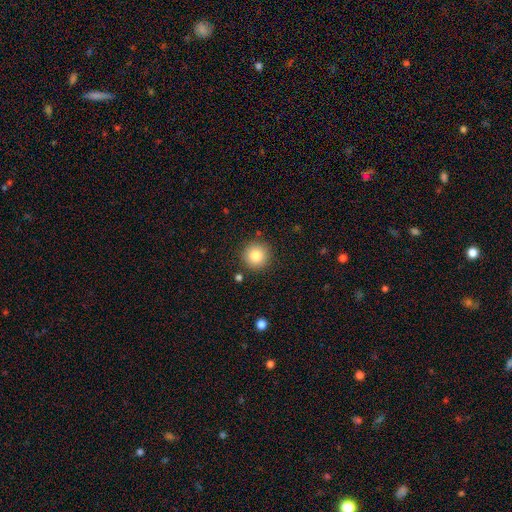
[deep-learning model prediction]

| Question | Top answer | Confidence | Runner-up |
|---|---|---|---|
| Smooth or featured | smooth | 83% | star or artifact (10%) |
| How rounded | round | 95% | in between (4%) |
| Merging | none | 88% | minor disturbance (7%) |